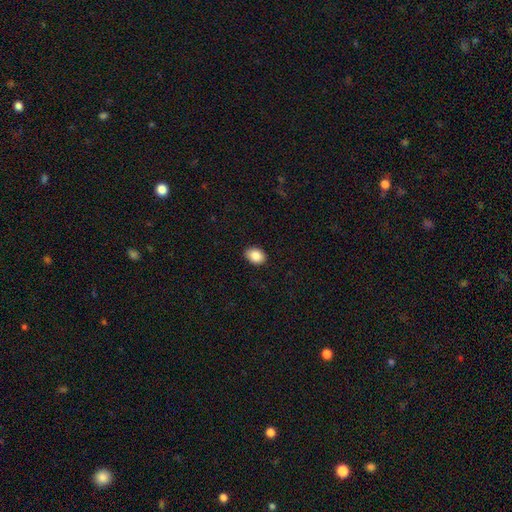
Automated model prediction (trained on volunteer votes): Q: Smooth or featured?
A: smooth (86%); runner-up: star or artifact (8%)
Q: How rounded?
A: in between (69%); runner-up: round (30%)
Q: Merging?
A: none (89%); runner-up: minor disturbance (8%)